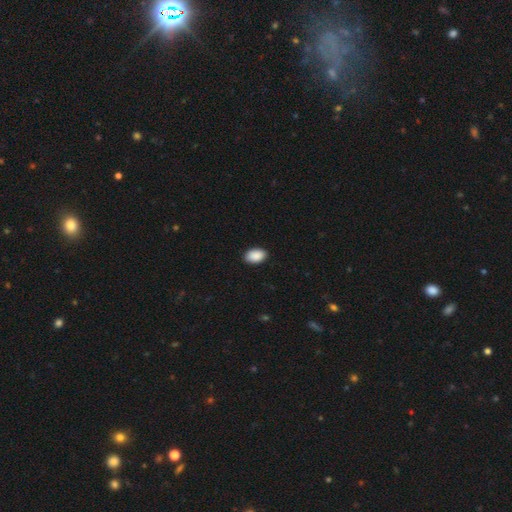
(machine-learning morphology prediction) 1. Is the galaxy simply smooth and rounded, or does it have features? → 91% smooth, 6% star or artifact, 3% featured or disk.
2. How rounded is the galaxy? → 92% in between, 7% round, 1% cigar-shaped.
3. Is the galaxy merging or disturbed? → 90% none, 8% minor disturbance, 2% major disturbance, 1% merger.